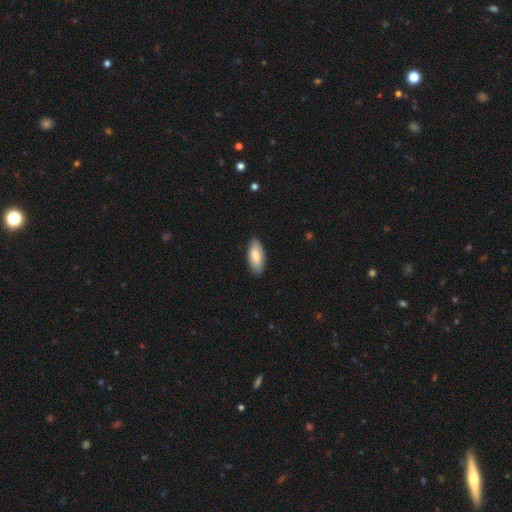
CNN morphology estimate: A smooth galaxy with no disk features (79%) that is in between round and cigar-shaped (85%).

Vote fractions:
- Smooth or featured? smooth: 79% / featured or disk: 16% / star or artifact: 5%
- How rounded? in between: 85% / cigar-shaped: 13% / round: 2%
- Merging? none: 83% / minor disturbance: 14% / major disturbance: 2% / merger: 1%